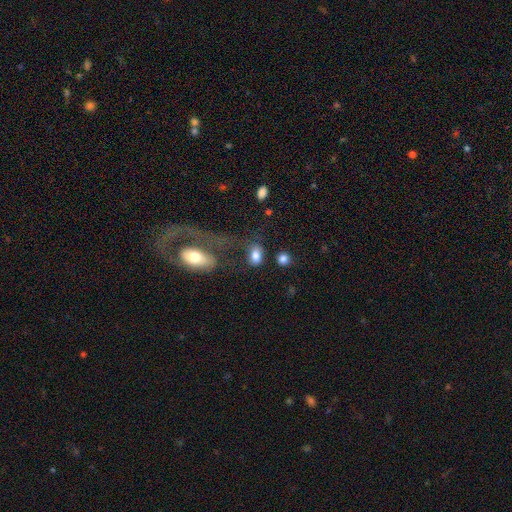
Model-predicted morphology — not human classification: Smooth or featured: smooth — 82% (featured or disk — 10%)
How rounded: in between — 80% (round — 18%)
Merging: none — 59% (minor disturbance — 16%)